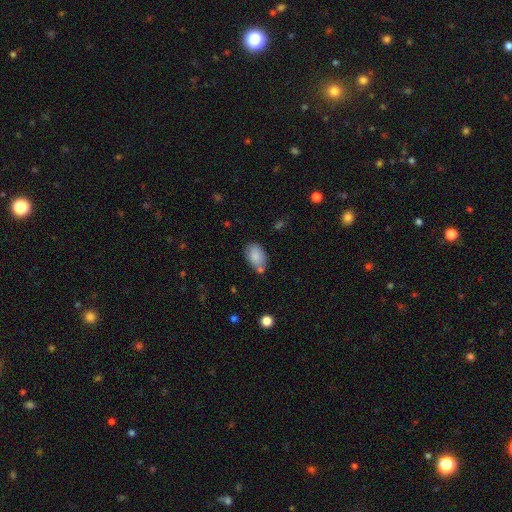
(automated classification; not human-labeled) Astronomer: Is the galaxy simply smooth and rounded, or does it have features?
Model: smooth — 86%.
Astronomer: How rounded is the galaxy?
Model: in between — 90%.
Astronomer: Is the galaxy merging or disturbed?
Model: none — 62%.